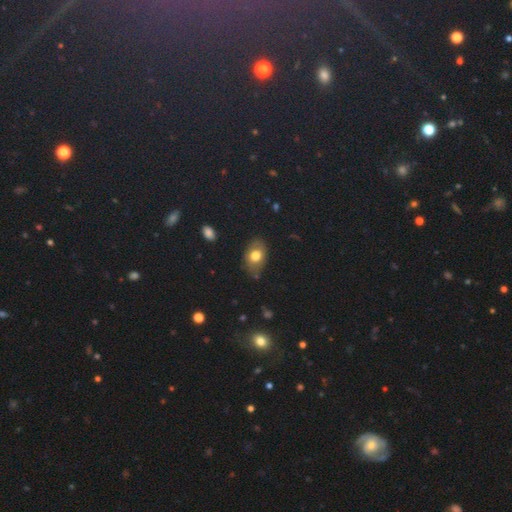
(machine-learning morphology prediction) This is likely a smooth galaxy (74%). How rounded: likely in between (77%). Merging: likely none (76%).